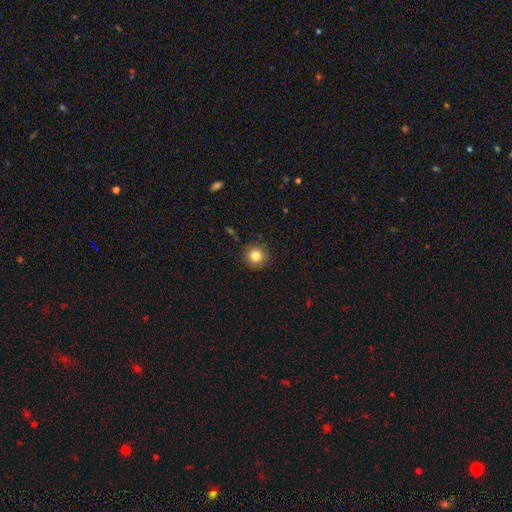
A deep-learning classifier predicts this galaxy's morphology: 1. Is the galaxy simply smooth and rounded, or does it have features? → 82% smooth, 11% star or artifact, 7% featured or disk.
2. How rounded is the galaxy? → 91% round, 8% in between, 1% cigar-shaped.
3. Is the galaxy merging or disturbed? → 90% none, 7% minor disturbance, 2% major disturbance, 1% merger.